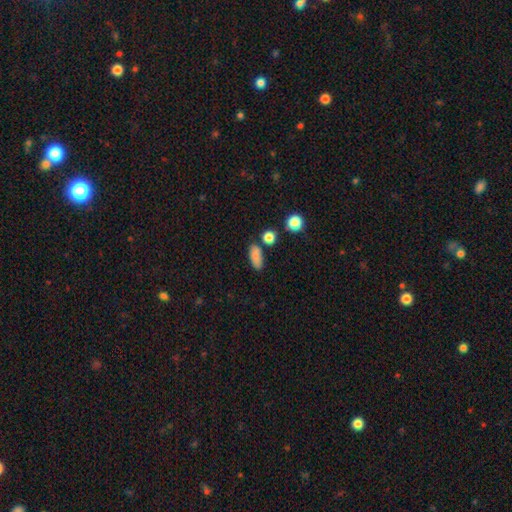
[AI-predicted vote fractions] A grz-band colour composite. It shows a smooth galaxy with no disk features (83%) that is in between round and cigar-shaped (79%). Merging: none (73%).